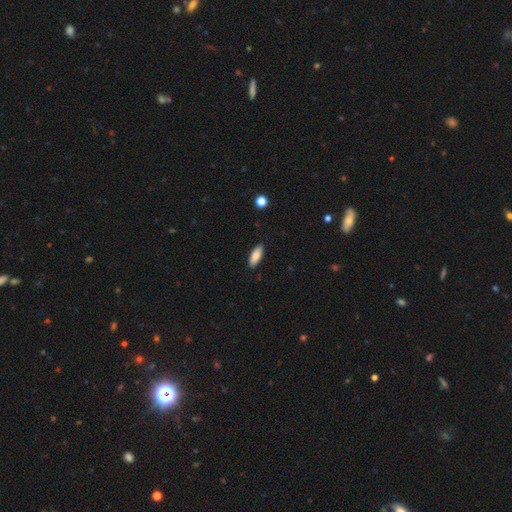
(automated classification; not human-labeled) Smooth or featured? smooth (84%)
How rounded? in between (76%)
Merging? none (89%)